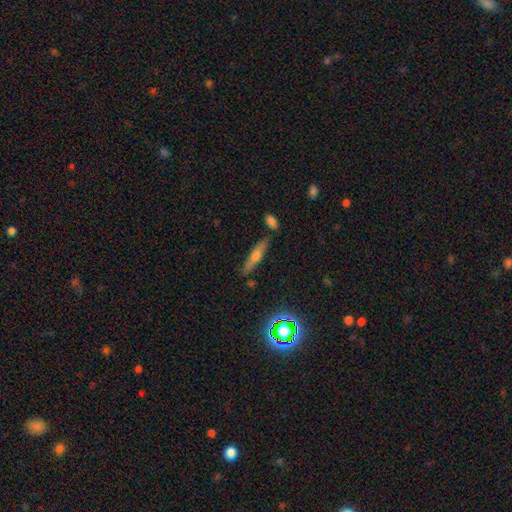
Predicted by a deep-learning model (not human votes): Overall: smooth (42%; featured or disk 41%). Merging: none (82%).